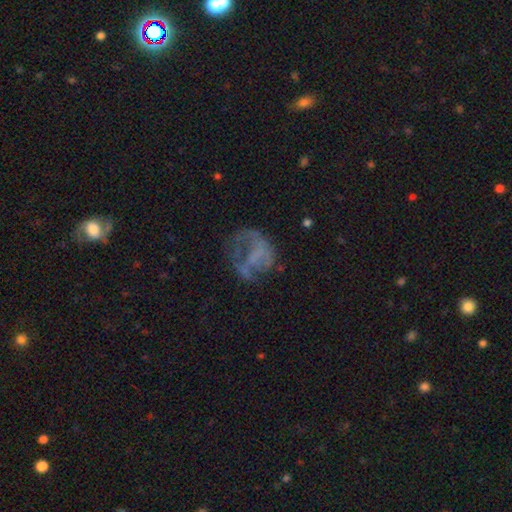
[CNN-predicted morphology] smooth_or_featured: featured or disk (p=0.56) [alt: smooth p=0.27]
disk_edge_on: no (p=0.98) [alt: yes p=0.02]
bar: no (p=0.76) [alt: weak p=0.17]
has_spiral_arms: no (p=0.64) [alt: yes p=0.36]
bulge_size: none (p=0.78) [alt: small p=0.12]
merging: major disturbance (p=0.39) [alt: none p=0.38]